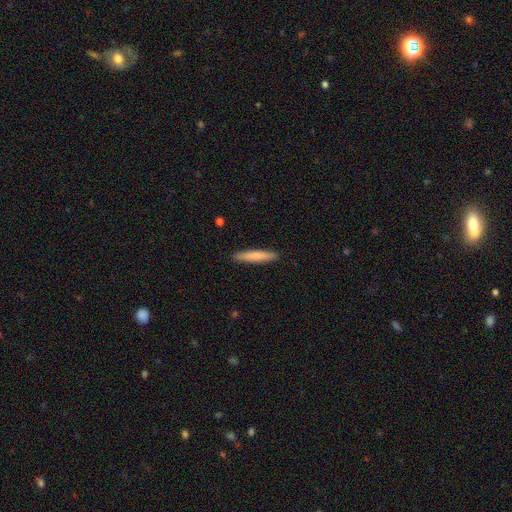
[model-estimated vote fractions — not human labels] A smooth galaxy with no disk features (78%) that is cigar-shaped (92%). Merging: none (90%).